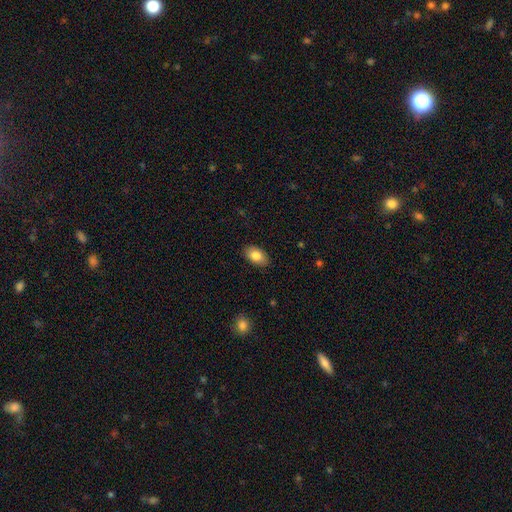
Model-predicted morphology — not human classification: Smooth or featured: smooth — 84% (featured or disk — 9%)
How rounded: in between — 92% (round — 7%)
Merging: none — 88% (minor disturbance — 9%)